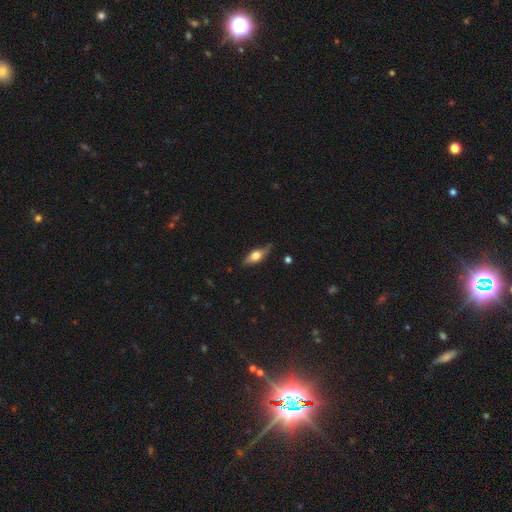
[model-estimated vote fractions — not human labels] Overall: smooth (53%; featured or disk 40%). How rounded: in between (65%; cigar-shaped 31%). Merging: none (73%).